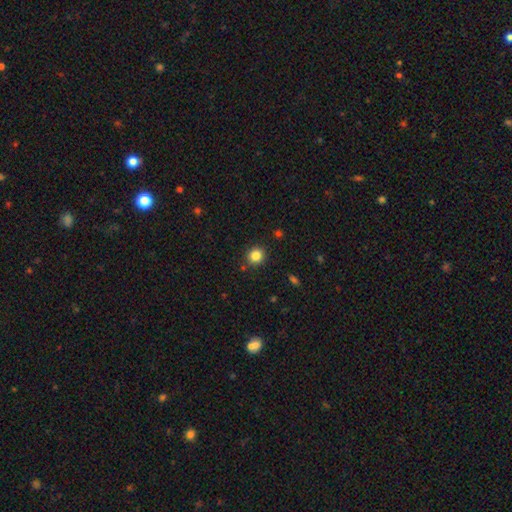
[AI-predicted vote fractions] This is clearly a smooth galaxy (84%). How rounded: clearly round (84%). Merging: clearly none (88%).